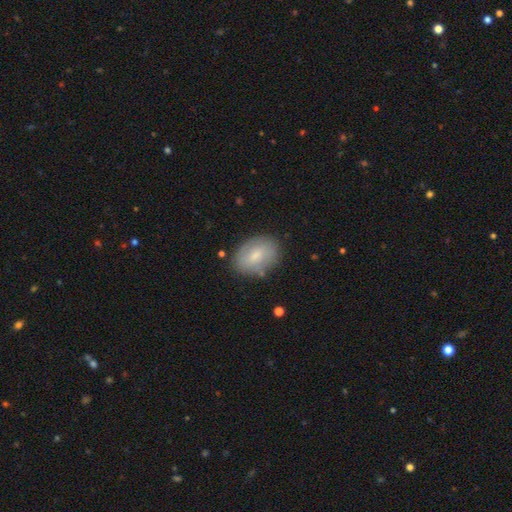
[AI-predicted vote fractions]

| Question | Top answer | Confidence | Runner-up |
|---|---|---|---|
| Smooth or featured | smooth | 68% | featured or disk (25%) |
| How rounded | in between | 82% | round (16%) |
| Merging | none | 77% | minor disturbance (16%) |